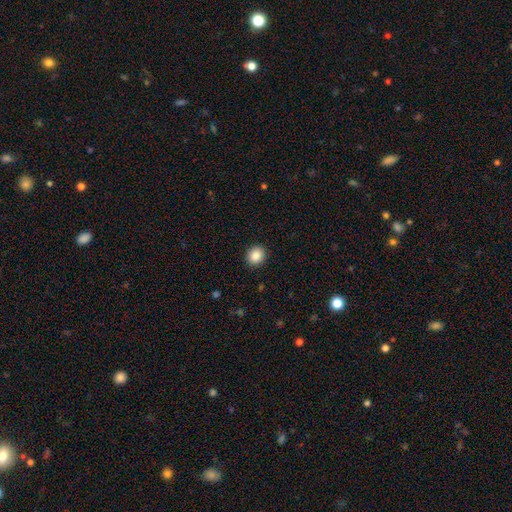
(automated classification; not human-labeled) smooth_or_featured: smooth (p=0.87) [alt: star or artifact p=0.09]
how_rounded: round (p=0.80) [alt: in between p=0.19]
merging: none (p=0.92) [alt: minor disturbance p=0.06]